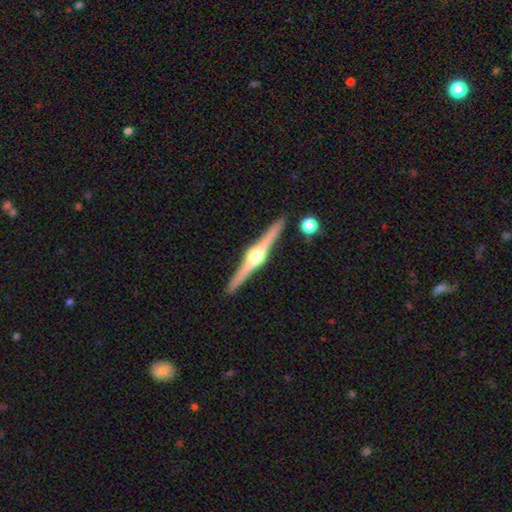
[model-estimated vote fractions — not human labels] This appears to be a featured or disk galaxy (87%) viewed edge-on (99%) with a rounded central bulge (96%). Merging: none (91%).